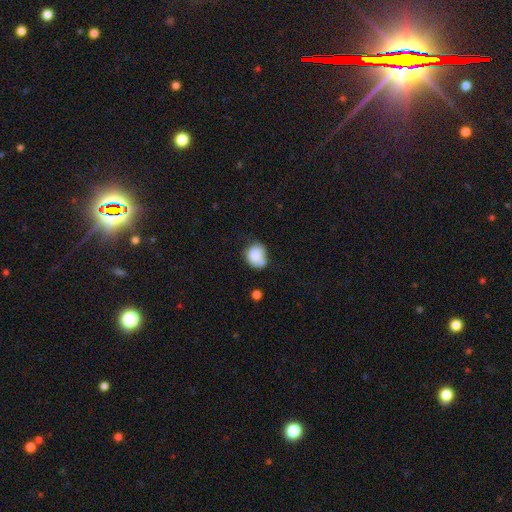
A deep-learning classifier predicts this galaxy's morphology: This is clearly a smooth galaxy (82%). How rounded: possibly round (58%). Merging: possibly none (49%).